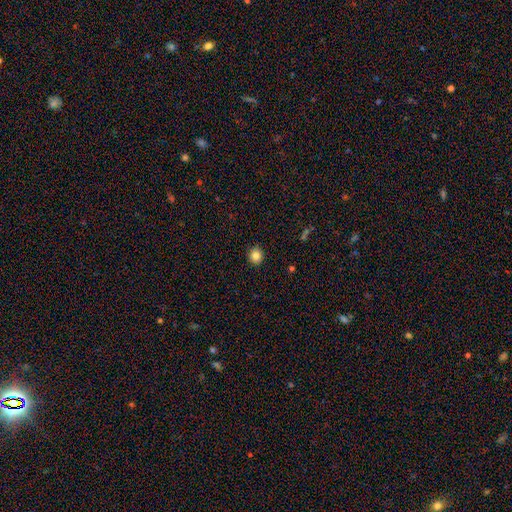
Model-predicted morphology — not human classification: type=smooth (83%); roundness=round (89%); merging=none (92%).